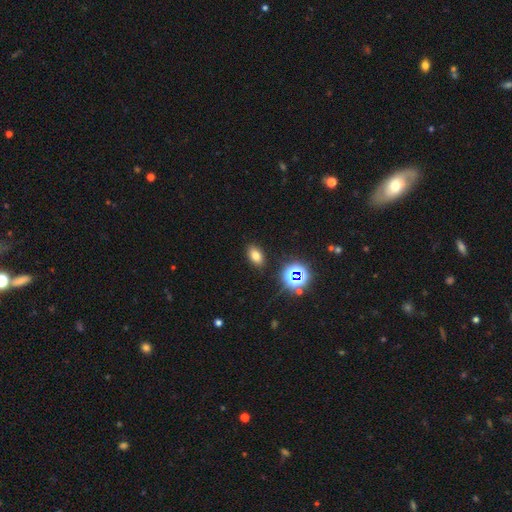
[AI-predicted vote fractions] Smooth or featured? smooth (71%)
How rounded? in between (86%)
Merging? none (87%)